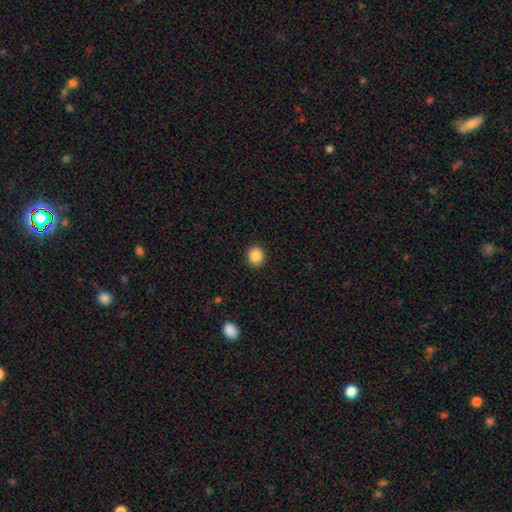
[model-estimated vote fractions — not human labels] The model was most divided on "how rounded": round: 84%, in between: 16%, cigar-shaped: 1%. More confident: merging — none (91%); smooth or featured — smooth (88%).